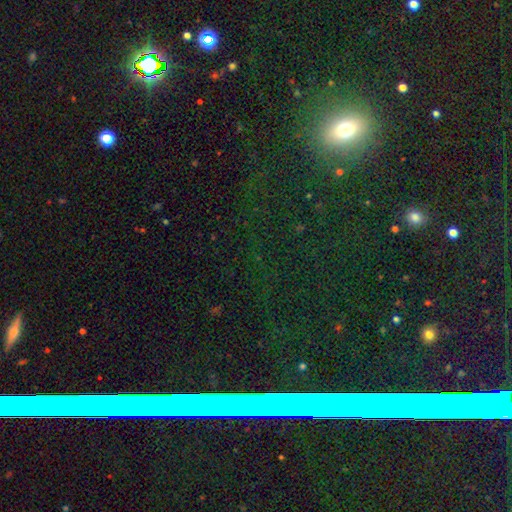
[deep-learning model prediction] A star or artifact, not a galaxy (56%).

Vote fractions:
- Smooth or featured? star or artifact: 56% / smooth: 33% / featured or disk: 11%